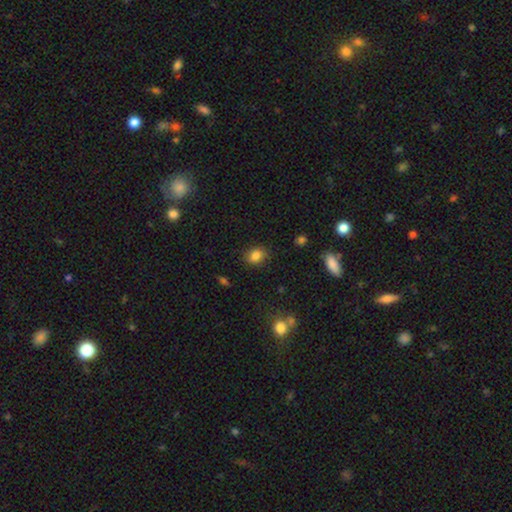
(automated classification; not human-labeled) A smooth galaxy with no disk features (83%) that is in between round and cigar-shaped (57%). Merging: none (84%).